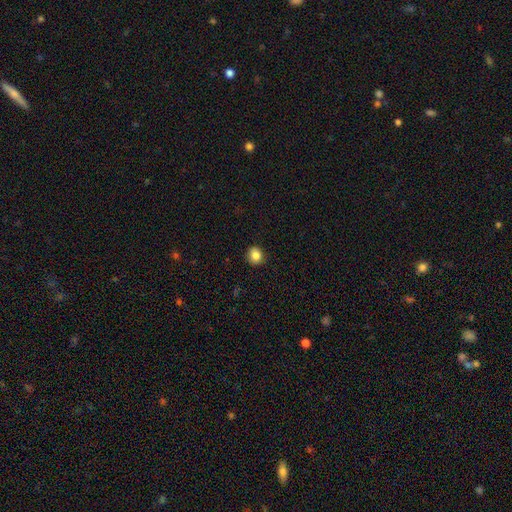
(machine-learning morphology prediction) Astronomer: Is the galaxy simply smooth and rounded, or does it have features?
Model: smooth — 85%.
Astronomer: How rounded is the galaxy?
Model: round — 83%.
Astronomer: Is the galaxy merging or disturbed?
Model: none — 90%.